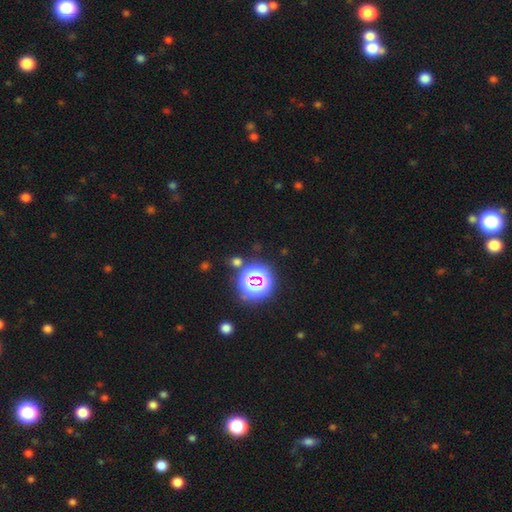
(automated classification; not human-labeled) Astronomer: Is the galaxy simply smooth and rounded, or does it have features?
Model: star or artifact — 79%.